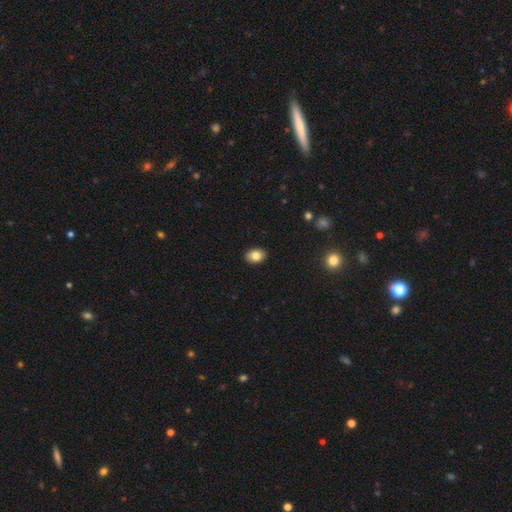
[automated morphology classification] Smooth or featured?
  - smooth: 83% *
  - star or artifact: 8%
  - featured or disk: 8%
How rounded?
  - in between: 80% *
  - round: 19%
  - cigar-shaped: 1%
Merging?
  - none: 90% *
  - minor disturbance: 7%
  - major disturbance: 2%
  - merger: 1%